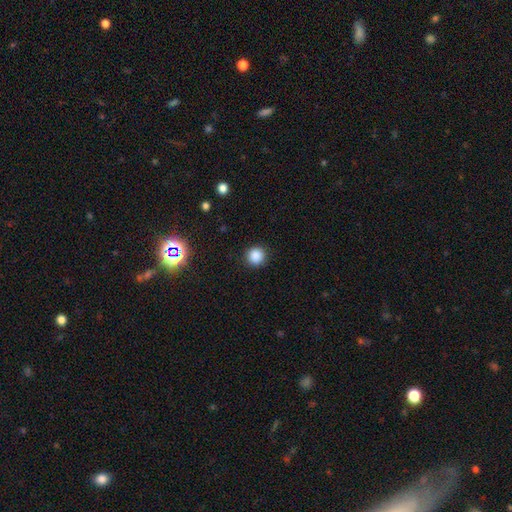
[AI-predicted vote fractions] Smooth or featured? Predicted: smooth (p=0.86). How rounded? Predicted: round (p=0.93). Merging? Predicted: none (p=0.91).